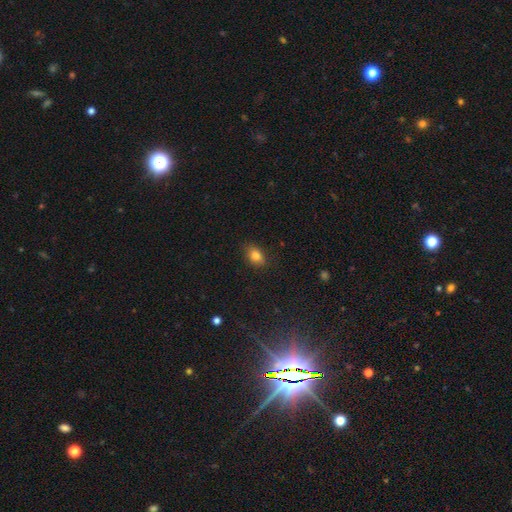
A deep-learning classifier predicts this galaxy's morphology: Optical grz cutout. It shows a smooth galaxy with no disk features (81%) that is in between round and cigar-shaped (76%). Merging: none (84%).